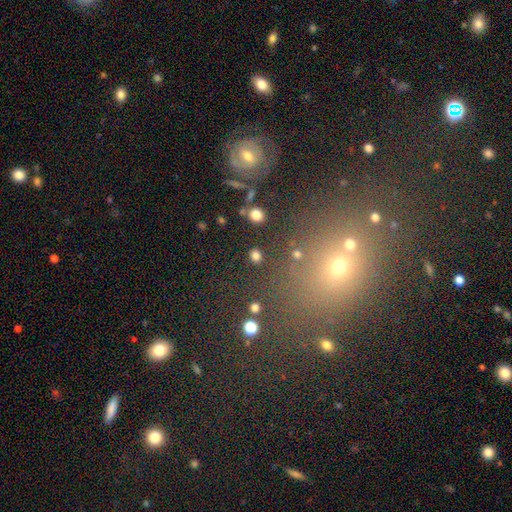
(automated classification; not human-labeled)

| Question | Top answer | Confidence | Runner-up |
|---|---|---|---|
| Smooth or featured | smooth | 81% | star or artifact (13%) |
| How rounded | round | 75% | in between (23%) |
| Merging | none | 86% | minor disturbance (7%) |